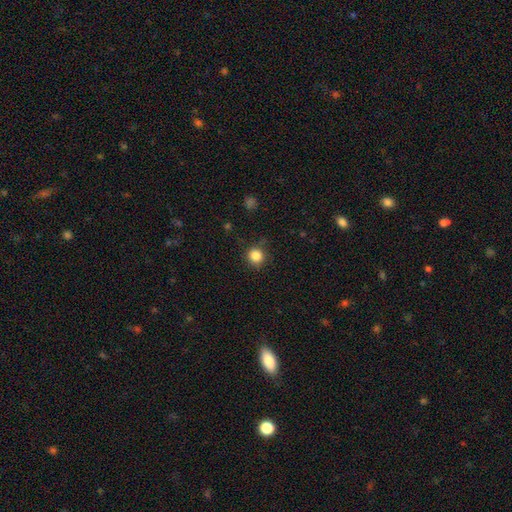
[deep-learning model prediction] smooth 84%, star or artifact 12%, featured or disk 4%. Down the decision tree: how rounded — round (92%); merging — none (84%).